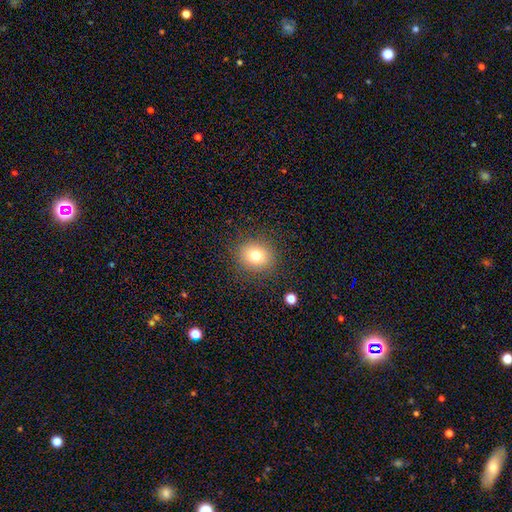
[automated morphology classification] smooth-or-featured: smooth: 77% | star or artifact: 13% | featured or disk: 10%
  how-rounded: round: 74% | in between: 25% | cigar-shaped: 1%
  merging: none: 87% | minor disturbance: 8% | major disturbance: 4% | merger: 1%